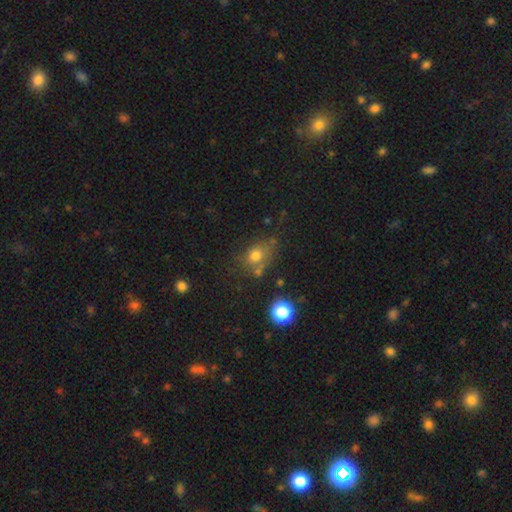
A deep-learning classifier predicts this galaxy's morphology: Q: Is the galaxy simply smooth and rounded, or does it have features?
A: smooth — 70%.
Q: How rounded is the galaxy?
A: round — 51%.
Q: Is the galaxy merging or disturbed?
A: none — 50%.